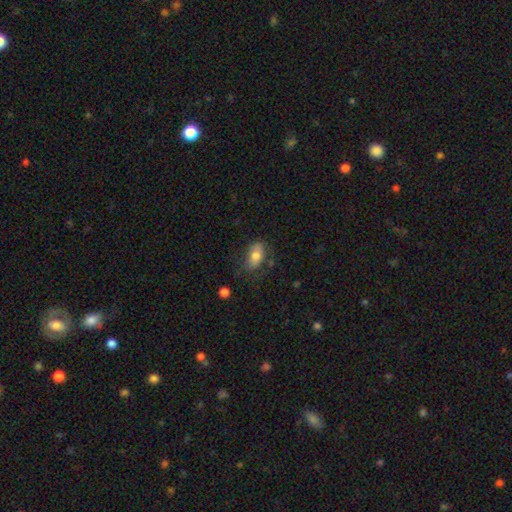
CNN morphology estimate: A smooth galaxy with no disk features (73%) that is in between round and cigar-shaped (89%).

Vote fractions:
- Smooth or featured? smooth: 73% / featured or disk: 19% / star or artifact: 8%
- How rounded? in between: 89% / round: 8% / cigar-shaped: 3%
- Merging? none: 64% / minor disturbance: 24% / major disturbance: 9% / merger: 3%